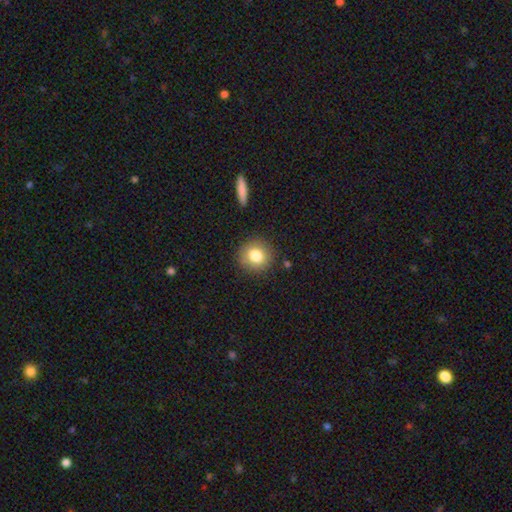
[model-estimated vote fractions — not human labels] This appears to be a smooth galaxy with no disk features (80%) that is round (86%). Merging: none (86%).